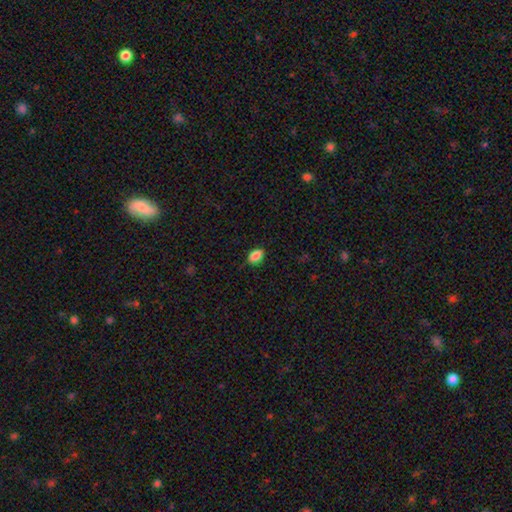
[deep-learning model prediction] Smooth or featured: smooth — 86% (star or artifact — 8%)
How rounded: in between — 86% (round — 12%)
Merging: none — 86% (minor disturbance — 11%)